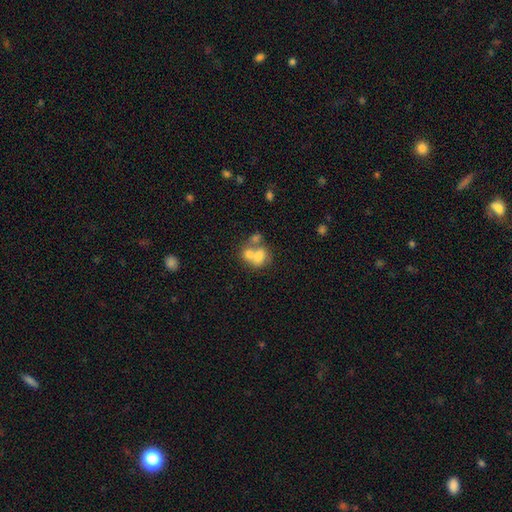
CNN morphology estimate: This appears to be a smooth galaxy with no disk features (64%) that is in between round and cigar-shaped (60%). Merging: merger (63%).